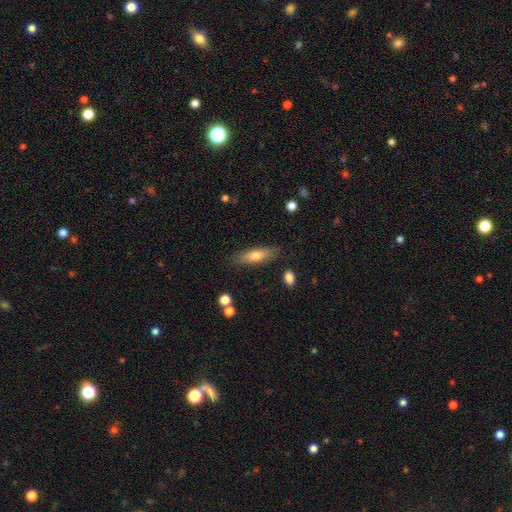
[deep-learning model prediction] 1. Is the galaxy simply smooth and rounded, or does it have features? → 64% smooth, 29% featured or disk, 6% star or artifact.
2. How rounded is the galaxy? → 62% cigar-shaped, 36% in between, 2% round.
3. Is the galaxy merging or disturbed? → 83% none, 12% minor disturbance, 3% major disturbance, 2% merger.